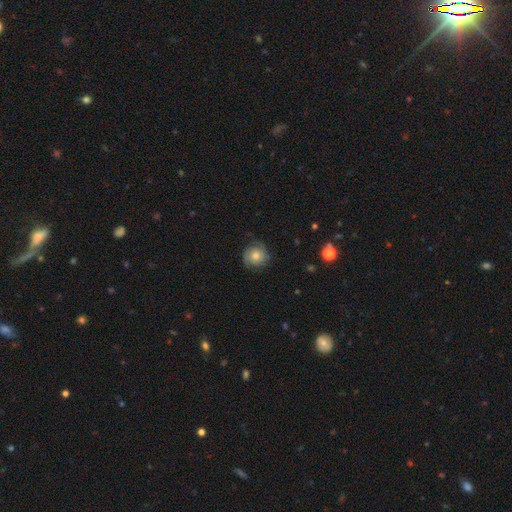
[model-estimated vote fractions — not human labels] smooth 49%, featured or disk 42%, star or artifact 9%. Down the decision tree: merging — none (74%).